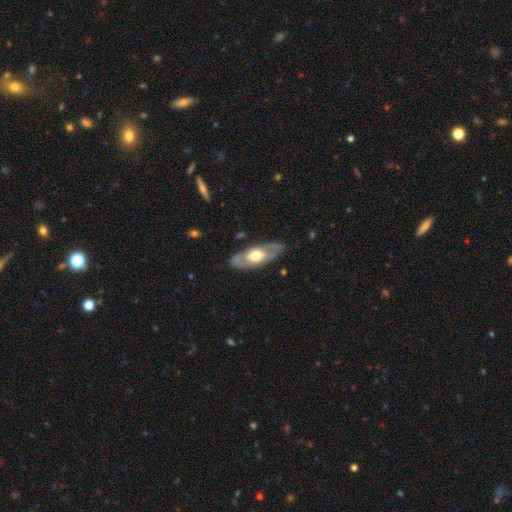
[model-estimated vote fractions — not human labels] A featured or disk galaxy (61%).

Vote fractions:
- Smooth or featured? featured or disk: 61% / smooth: 34% / star or artifact: 4%
- Edge-on disk? no: 77% / yes: 23%
- Merging? none: 83% / minor disturbance: 12% / major disturbance: 4% / merger: 1%